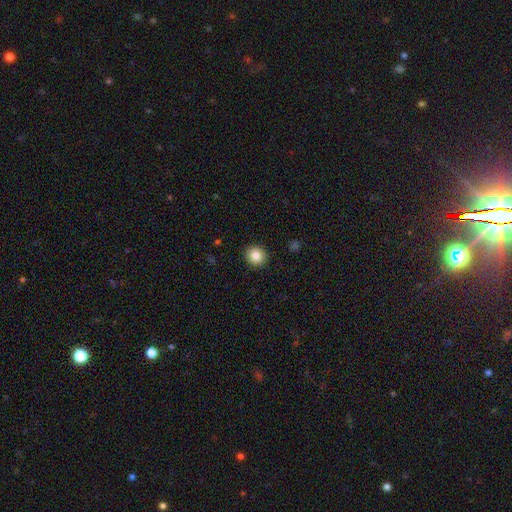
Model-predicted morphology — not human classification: Smooth or featured? smooth (84%)
How rounded? round (91%)
Merging? none (93%)